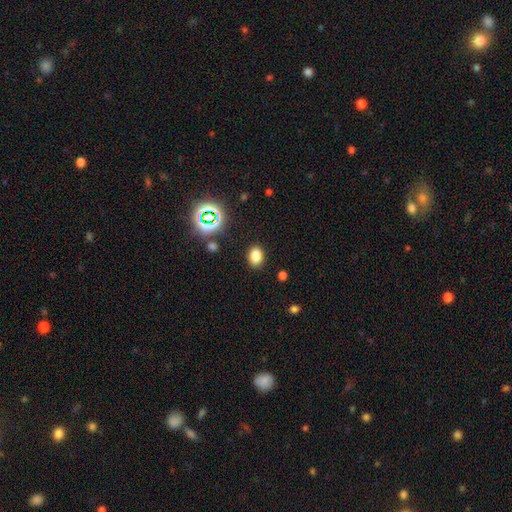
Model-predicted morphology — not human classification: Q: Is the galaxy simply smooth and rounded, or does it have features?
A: smooth — 77%.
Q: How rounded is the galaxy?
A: in between — 63%.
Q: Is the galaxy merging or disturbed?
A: none — 87%.